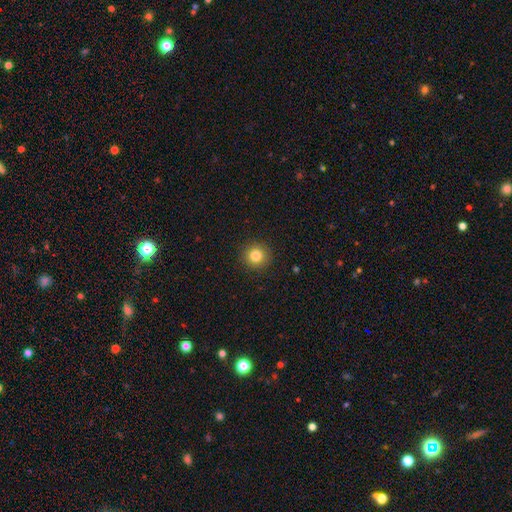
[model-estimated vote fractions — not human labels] This is clearly a smooth galaxy (83%). How rounded: clearly round (94%). Merging: clearly none (91%).